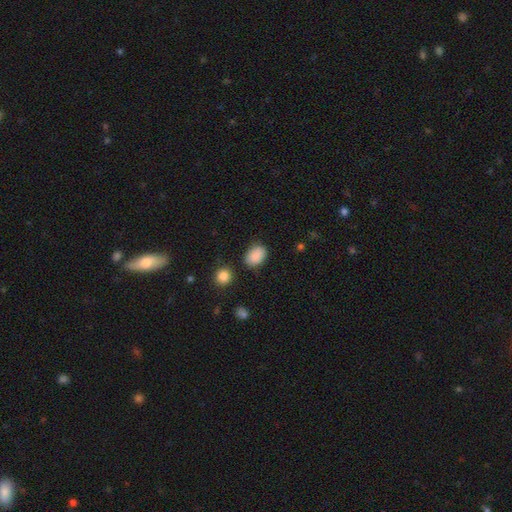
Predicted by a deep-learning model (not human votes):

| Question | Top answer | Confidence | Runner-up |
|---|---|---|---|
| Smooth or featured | smooth | 88% | star or artifact (8%) |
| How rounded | in between | 77% | round (22%) |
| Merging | none | 80% | minor disturbance (14%) |